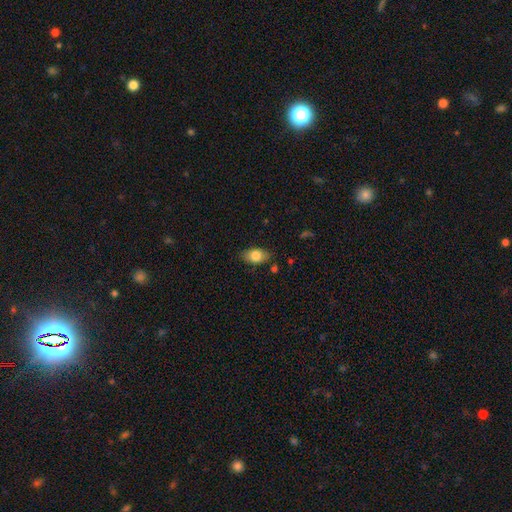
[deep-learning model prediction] This appears to be a smooth galaxy with no disk features (82%) that is in between round and cigar-shaped (87%). Merging: none (80%).